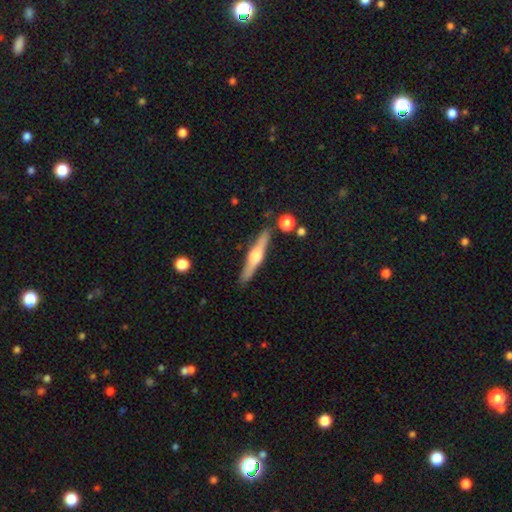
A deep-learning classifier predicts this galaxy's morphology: smooth-or-featured: featured or disk: 67% | smooth: 27% | star or artifact: 5%
  disk-edge-on: yes: 97% | no: 3%
    edge-on-bulge: rounded: 90% | boxy: 6% | none: 3%
  merging: none: 86% | minor disturbance: 9% | merger: 3% | major disturbance: 2%